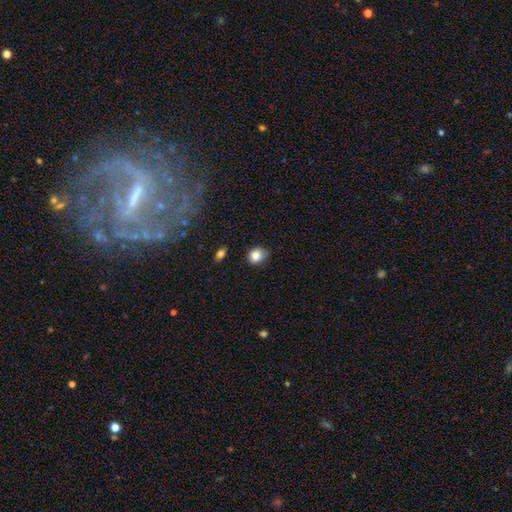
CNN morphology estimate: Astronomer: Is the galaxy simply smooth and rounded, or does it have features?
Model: smooth — 83%.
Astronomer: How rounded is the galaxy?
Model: round — 64%.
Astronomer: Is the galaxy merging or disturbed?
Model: none — 58% (runner-up: minor disturbance, 33%).